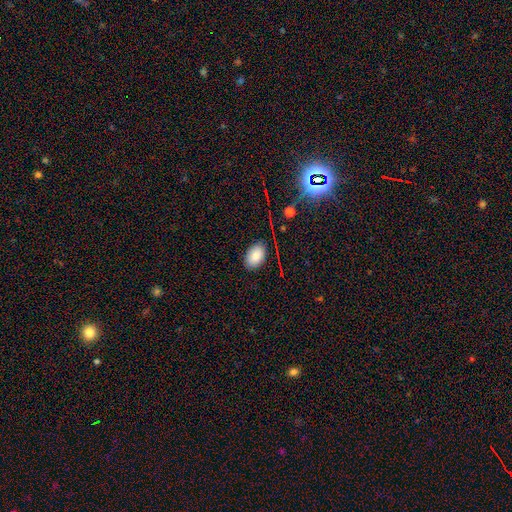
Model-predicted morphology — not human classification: Smooth or featured? Predicted: smooth (p=0.84). How rounded? Predicted: in between (p=0.90). Merging? Predicted: none (p=0.83).